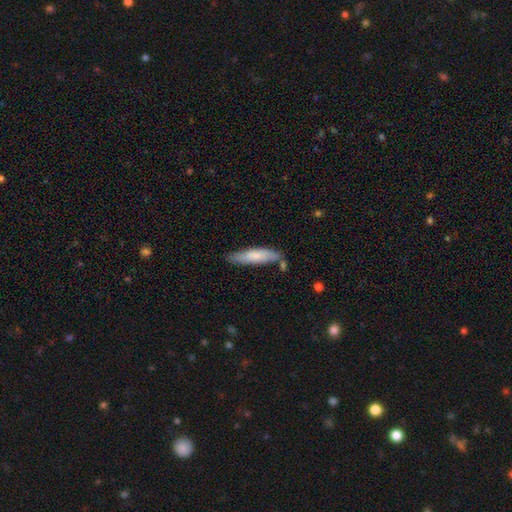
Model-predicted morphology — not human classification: Smooth or featured: smooth — 74% (featured or disk — 20%)
How rounded: cigar-shaped — 77% (in between — 22%)
Merging: none — 72% (minor disturbance — 18%)